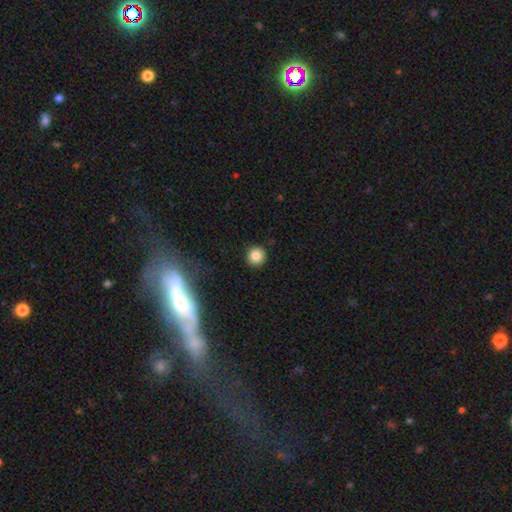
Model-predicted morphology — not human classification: The model was most divided on "smooth or featured": smooth: 83%, star or artifact: 11%, featured or disk: 5%. More confident: how rounded — round (94%); merging — none (92%).